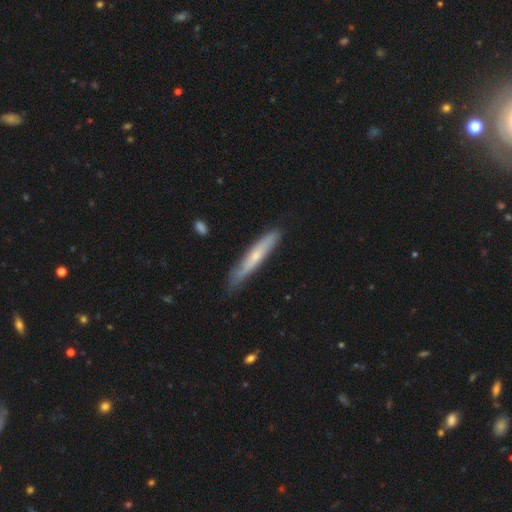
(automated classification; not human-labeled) A smooth galaxy with no disk features (50%) that is cigar-shaped (93%). Merging: none (75%).